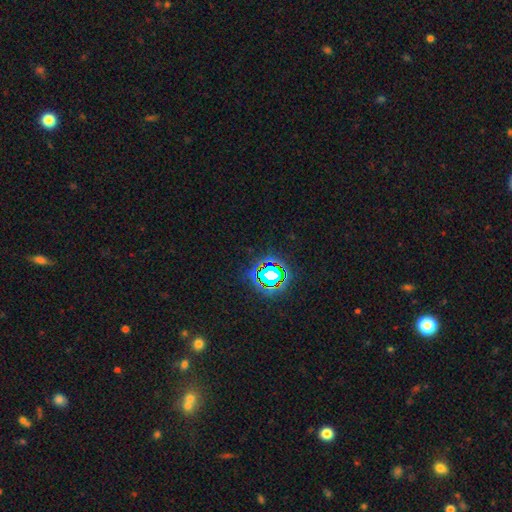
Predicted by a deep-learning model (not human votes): Overall: star or artifact (71%).